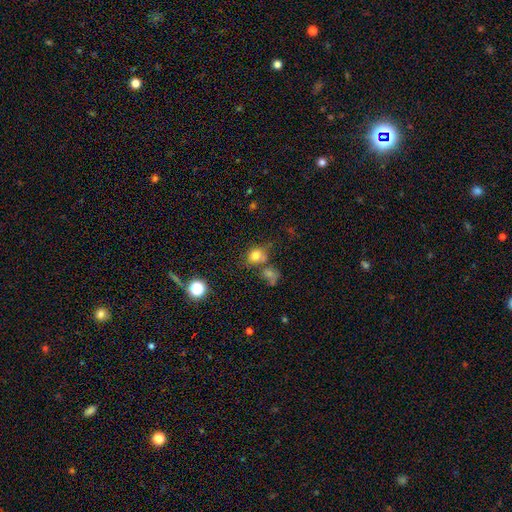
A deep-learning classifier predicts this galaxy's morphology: Smooth or featured? Predicted: smooth (p=0.77). How rounded? Predicted: round (p=0.62). Merging? Predicted: none (p=0.53).